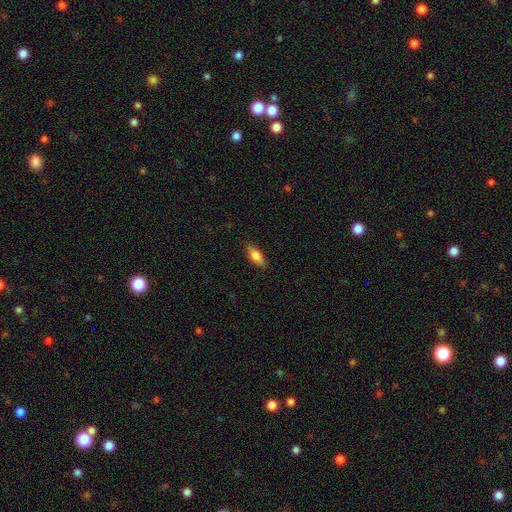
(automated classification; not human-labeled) smooth_or_featured: smooth (p=0.76) [alt: featured or disk p=0.18]
how_rounded: in between (p=0.74) [alt: cigar-shaped p=0.23]
merging: none (p=0.85) [alt: minor disturbance p=0.11]